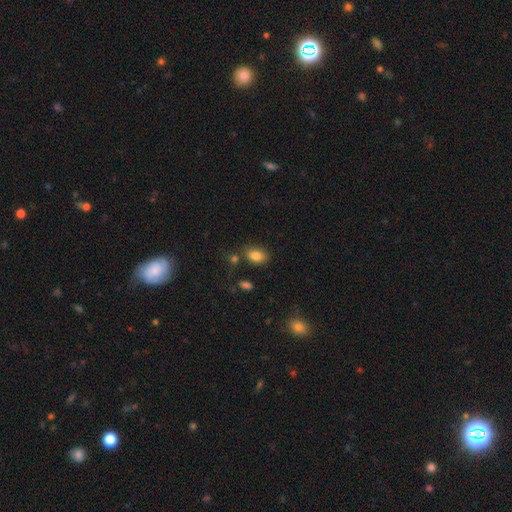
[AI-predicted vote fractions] Q: Smooth or featured?
A: smooth (84%); runner-up: star or artifact (10%)
Q: How rounded?
A: in between (79%); runner-up: round (19%)
Q: Merging?
A: none (72%); runner-up: minor disturbance (14%)